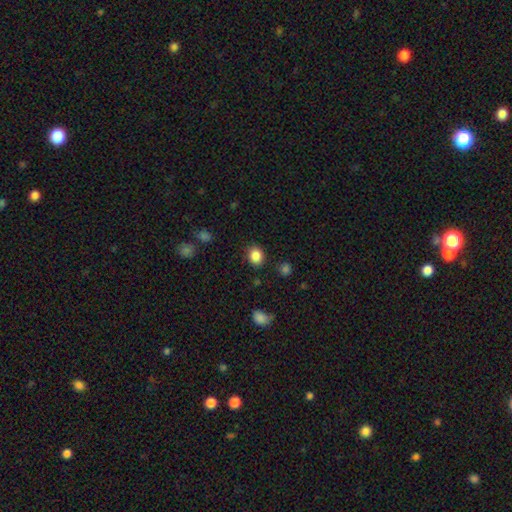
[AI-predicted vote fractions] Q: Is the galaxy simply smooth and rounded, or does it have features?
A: smooth — 86%.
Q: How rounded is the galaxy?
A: round — 56%.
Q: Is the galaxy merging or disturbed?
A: none — 85%.